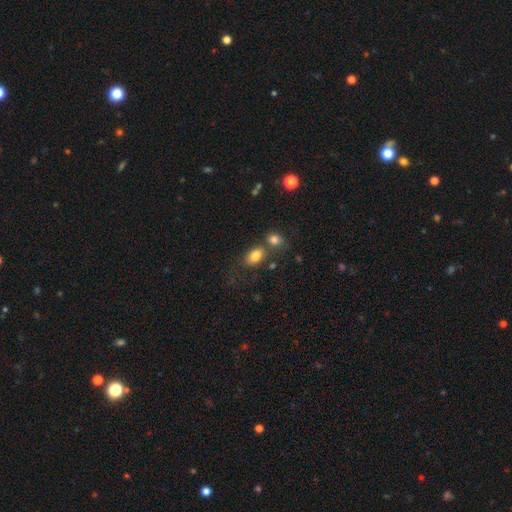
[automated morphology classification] This appears to be a smooth galaxy with no disk features (81%) that is in between round and cigar-shaped (83%). Merging: none (54%).